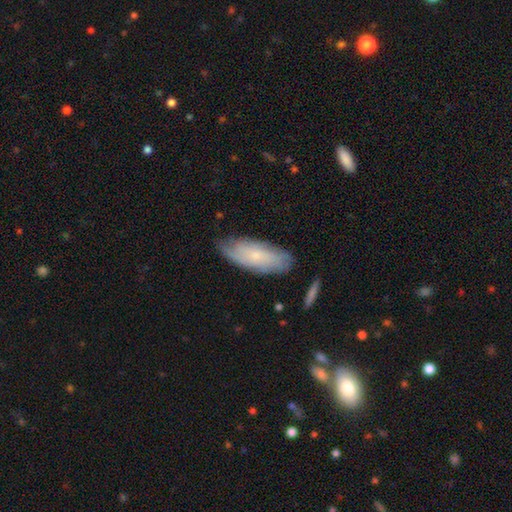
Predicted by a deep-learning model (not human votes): Smooth or featured? Predicted: smooth (p=0.58). How rounded? Predicted: in between (p=0.75). Merging? Predicted: none (p=0.74).